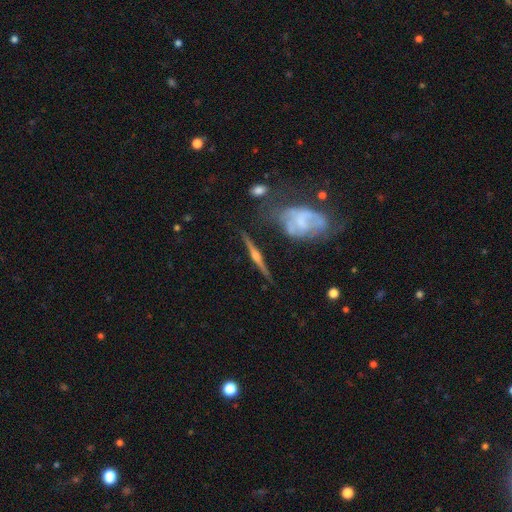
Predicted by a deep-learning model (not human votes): Morphology: type=featured or disk (82%); edge-on=yes (96%); edge-on bulge=rounded (90%); merging=none (78%).